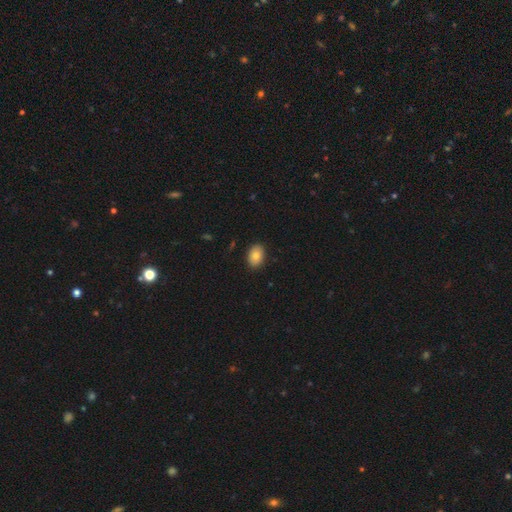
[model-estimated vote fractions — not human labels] Overall: smooth (83%). How rounded: in between (83%). Merging: none (88%).